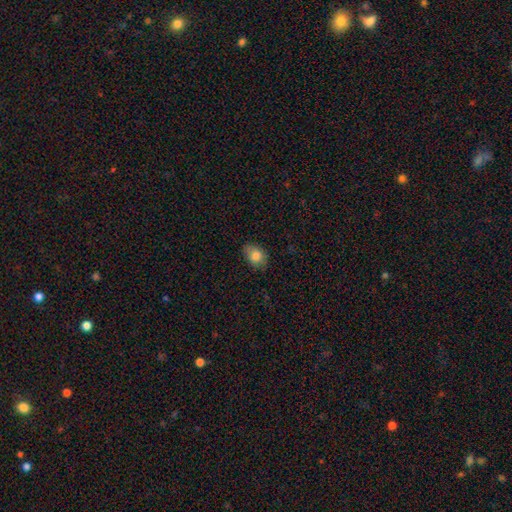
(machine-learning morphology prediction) Smooth or featured? Predicted: smooth (p=0.82). How rounded? Predicted: in between (p=0.78). Merging? Predicted: none (p=0.76).